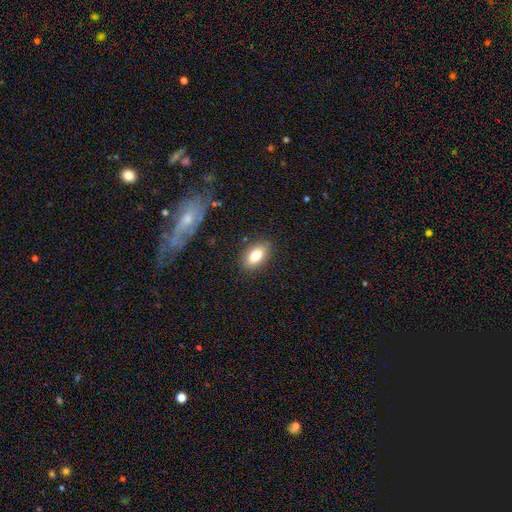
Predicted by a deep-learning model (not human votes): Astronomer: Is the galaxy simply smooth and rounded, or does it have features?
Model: smooth — 79%.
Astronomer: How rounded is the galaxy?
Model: in between — 89%.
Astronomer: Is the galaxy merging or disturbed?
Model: none — 85%.